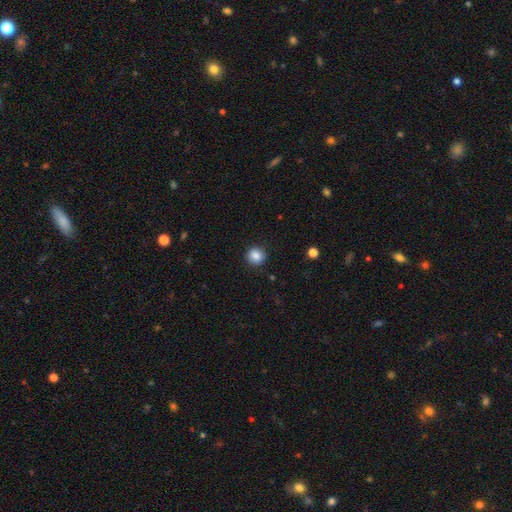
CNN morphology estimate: Smooth or featured: smooth — 86% (star or artifact — 9%)
How rounded: round — 89% (in between — 10%)
Merging: none — 88% (minor disturbance — 8%)